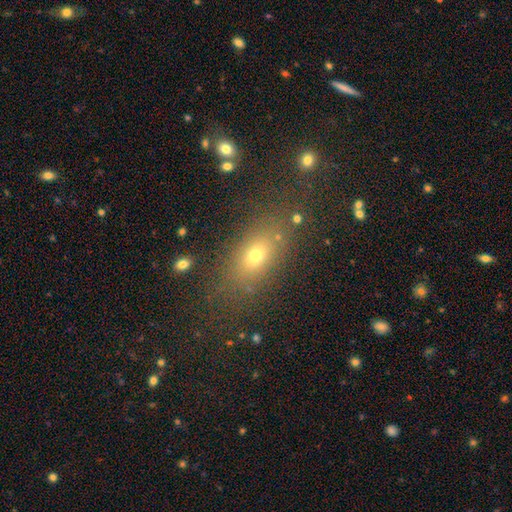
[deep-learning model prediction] Q: Smooth or featured?
A: smooth (65%); runner-up: star or artifact (21%)
Q: How rounded?
A: in between (73%); runner-up: round (16%)
Q: Merging?
A: none (80%); runner-up: minor disturbance (11%)